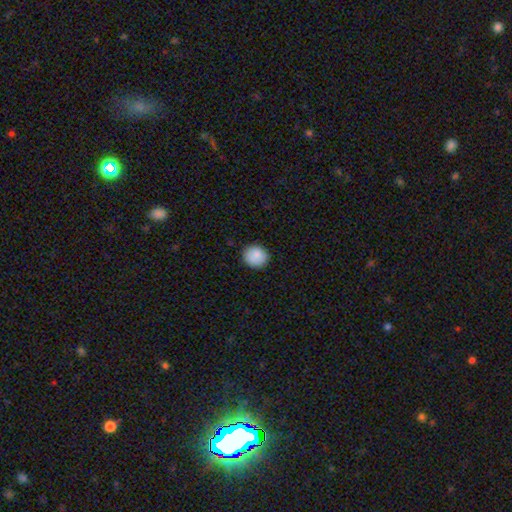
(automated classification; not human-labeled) A smooth galaxy with no disk features (88%) that is round (86%).

Vote fractions:
- Smooth or featured? smooth: 88% / star or artifact: 7% / featured or disk: 4%
- How rounded? round: 86% / in between: 14% / cigar-shaped: 1%
- Merging? none: 90% / minor disturbance: 7% / major disturbance: 2% / merger: 1%